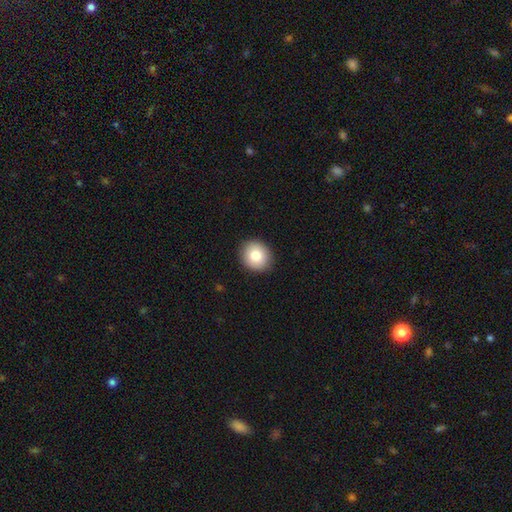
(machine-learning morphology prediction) The model was most divided on "how rounded": round: 76%, in between: 24%, cigar-shaped: 1%. More confident: merging — none (90%); smooth or featured — smooth (81%).